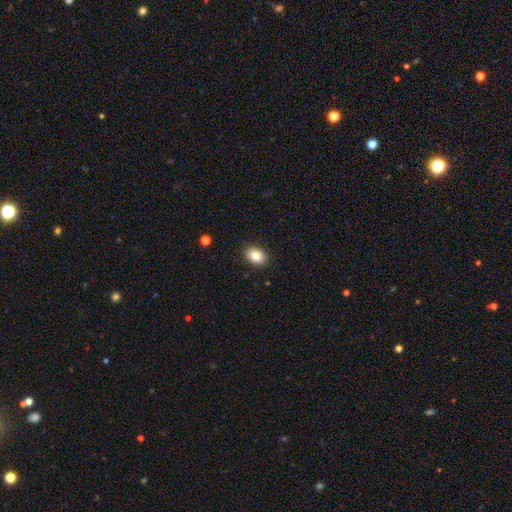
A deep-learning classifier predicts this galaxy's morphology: A smooth galaxy with no disk features (82%) that is in between round and cigar-shaped (75%). Merging: none (90%).